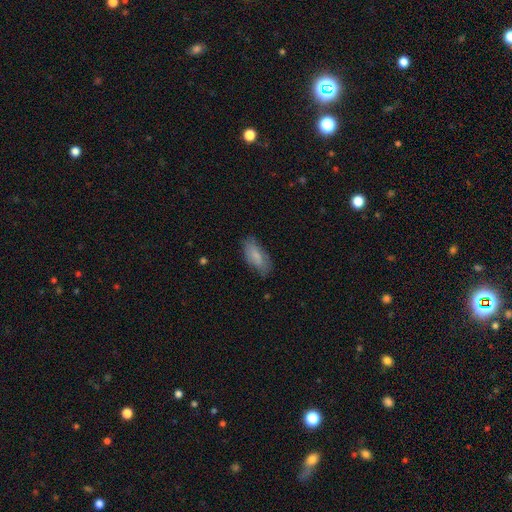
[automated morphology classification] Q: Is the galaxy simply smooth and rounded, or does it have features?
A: smooth — 75%.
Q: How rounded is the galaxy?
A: in between — 84%.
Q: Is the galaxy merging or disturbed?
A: none — 70%.